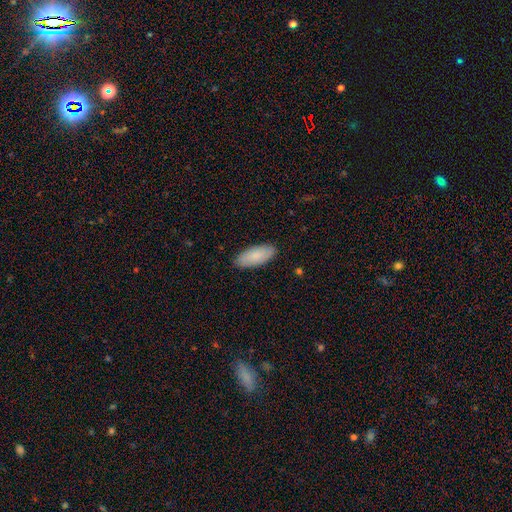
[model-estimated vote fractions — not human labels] The model was most divided on "how rounded": in between: 84%, cigar-shaped: 14%, round: 2%. More confident: merging — none (89%); smooth or featured — smooth (86%).